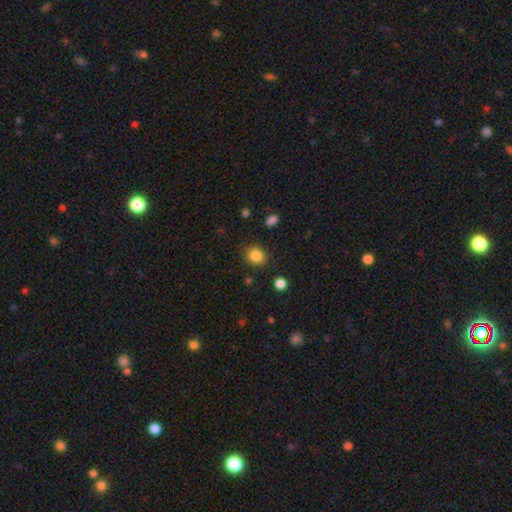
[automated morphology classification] Q: Smooth or featured?
A: smooth (85%); runner-up: star or artifact (11%)
Q: How rounded?
A: round (71%); runner-up: in between (29%)
Q: Merging?
A: none (86%); runner-up: minor disturbance (9%)